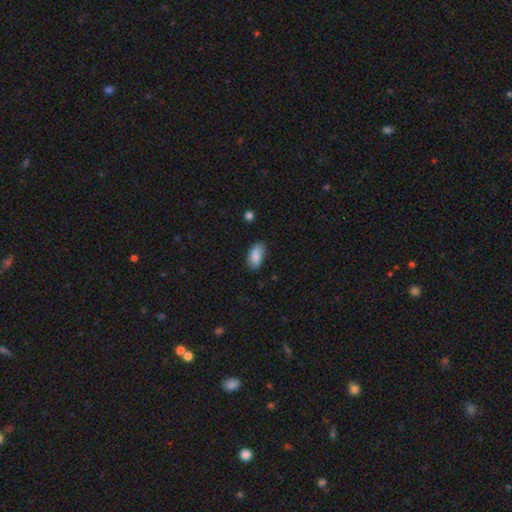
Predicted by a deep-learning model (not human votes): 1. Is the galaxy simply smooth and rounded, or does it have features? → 86% smooth, 7% featured or disk, 7% star or artifact.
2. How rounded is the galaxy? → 92% in between, 4% cigar-shaped, 3% round.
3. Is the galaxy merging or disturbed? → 74% none, 21% minor disturbance, 3% major disturbance, 1% merger.